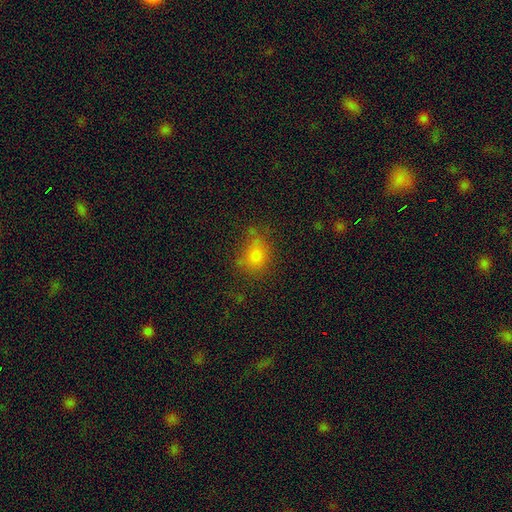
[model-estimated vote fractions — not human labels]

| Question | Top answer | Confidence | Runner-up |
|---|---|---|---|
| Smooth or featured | smooth | 75% | star or artifact (15%) |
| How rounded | in between | 52% | round (46%) |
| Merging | none | 56% | minor disturbance (26%) |